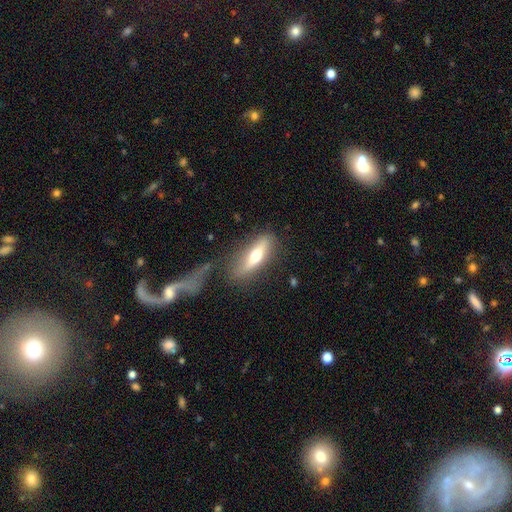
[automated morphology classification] Overall: smooth (49%; featured or disk 45%). Merging: none (62%).